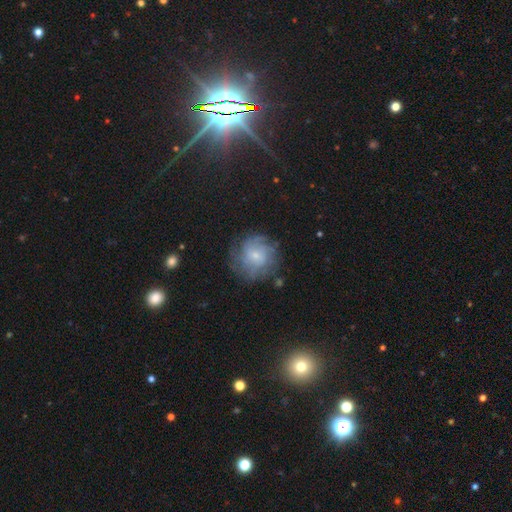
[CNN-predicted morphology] The model was most divided on "smooth or featured": featured or disk: 54%, smooth: 36%, star or artifact: 10%. More confident: edge-on disk — no (97%); spiral arms — yes (77%); bar — no (74%); merging — none (71%); bulge size — small (68%).